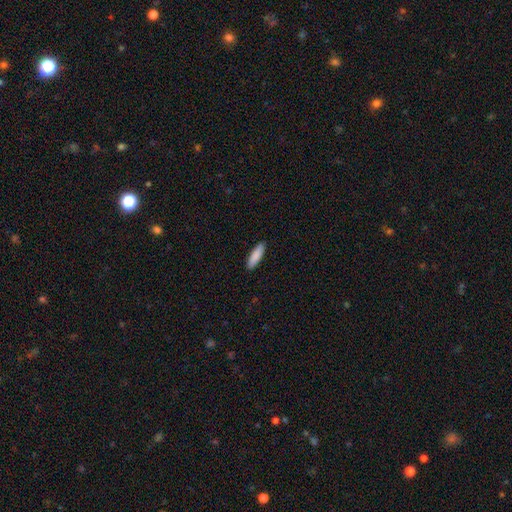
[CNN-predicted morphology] A smooth galaxy with no disk features (89%) that is cigar-shaped (60%).

Vote fractions:
- Smooth or featured? smooth: 89% / featured or disk: 6% / star or artifact: 5%
- How rounded? cigar-shaped: 60% / in between: 39% / round: 1%
- Merging? none: 91% / minor disturbance: 7% / major disturbance: 1% / merger: 1%